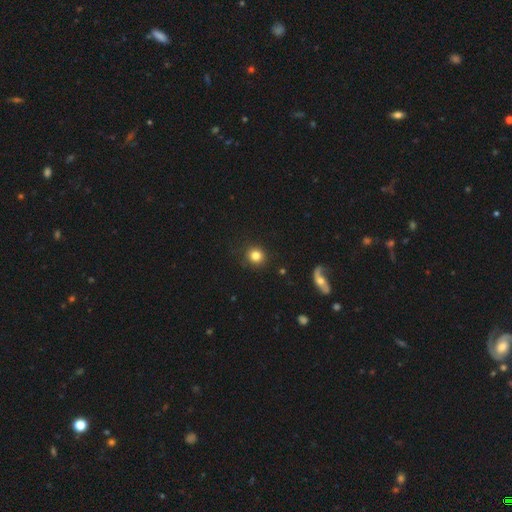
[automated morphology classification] Smooth or featured?
  - smooth: 82% *
  - star or artifact: 11%
  - featured or disk: 7%
How rounded?
  - round: 91% *
  - in between: 8%
  - cigar-shaped: 1%
Merging?
  - none: 90% *
  - minor disturbance: 6%
  - major disturbance: 2%
  - merger: 1%